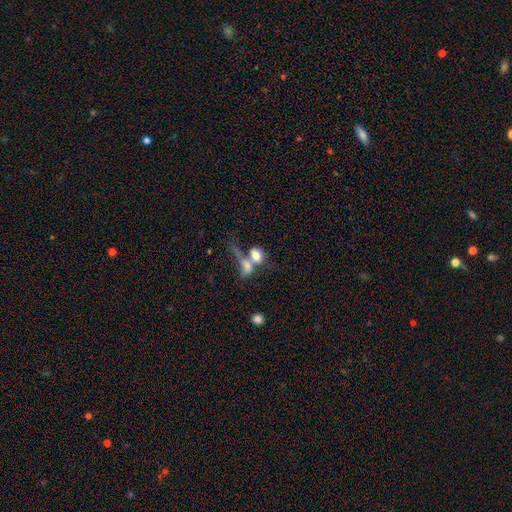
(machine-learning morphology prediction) This appears to be a smooth galaxy with no disk features (68%) that is in between round and cigar-shaped (74%). Merging: merger (66%).